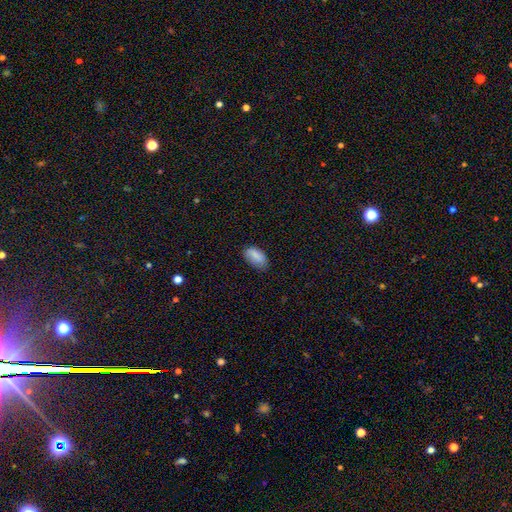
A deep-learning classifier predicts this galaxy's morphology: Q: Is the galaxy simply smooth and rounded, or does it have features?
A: smooth — 86%.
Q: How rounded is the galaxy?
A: in between — 93%.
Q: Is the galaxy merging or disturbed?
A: none — 70%.